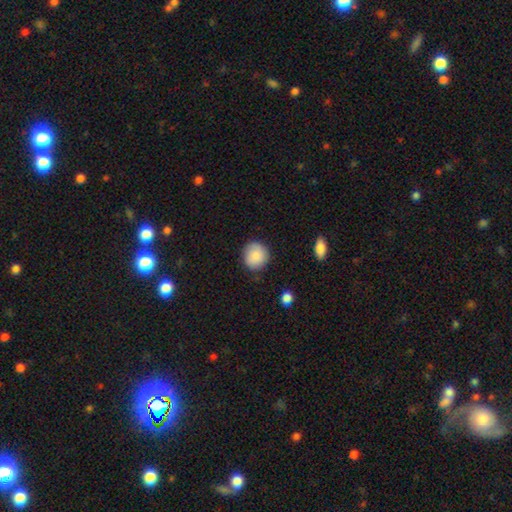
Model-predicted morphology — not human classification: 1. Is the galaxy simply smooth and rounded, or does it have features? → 87% smooth, 7% star or artifact, 6% featured or disk.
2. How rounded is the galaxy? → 89% round, 10% in between, 1% cigar-shaped.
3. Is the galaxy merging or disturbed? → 85% none, 11% minor disturbance, 3% major disturbance, 1% merger.